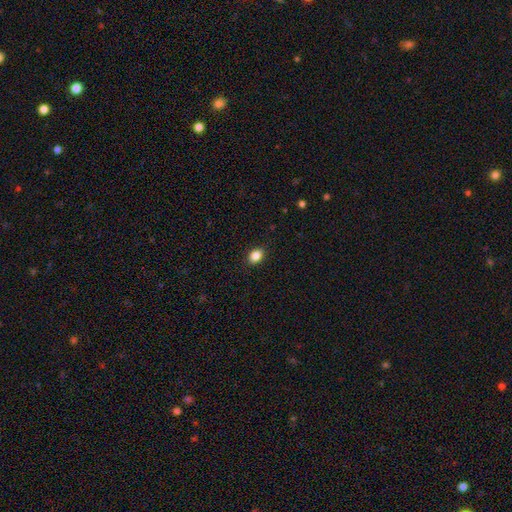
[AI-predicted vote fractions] Morphology: type=smooth (87%); roundness=in between (73%); merging=none (89%).